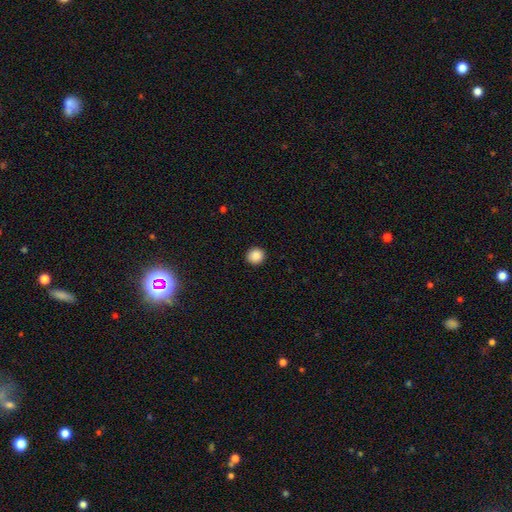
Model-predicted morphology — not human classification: type=smooth (88%); roundness=round (92%); merging=none (92%).